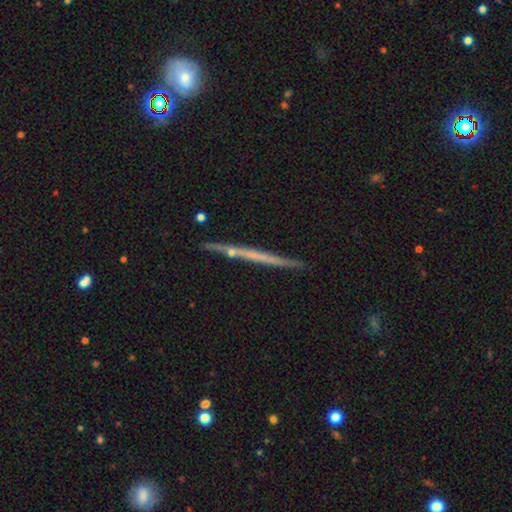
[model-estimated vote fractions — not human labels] Smooth or featured: featured or disk — 61% (smooth — 33%)
Edge-on disk: yes — 97% (no — 3%)
Edge-on bulge: none — 87% (rounded — 9%)
Merging: none — 87% (minor disturbance — 8%)